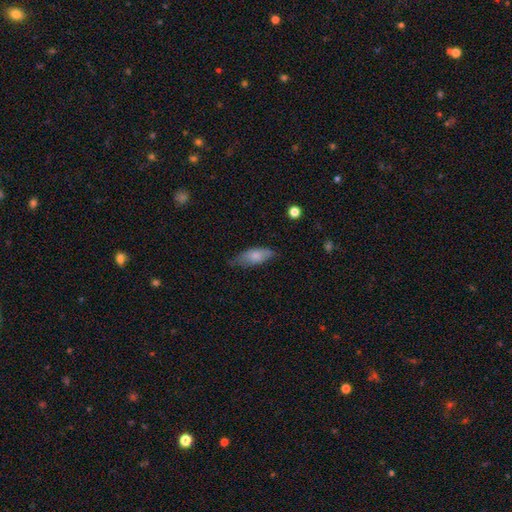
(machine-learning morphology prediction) Overall: smooth (74%). How rounded: in between (80%). Merging: none (61%; minor disturbance 31%).